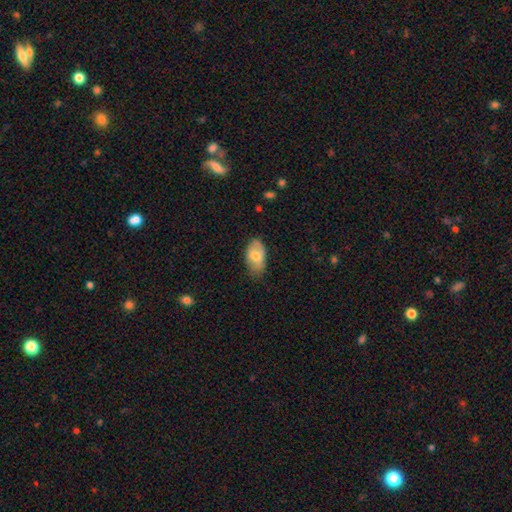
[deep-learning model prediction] A smooth galaxy with no disk features (71%) that is in between round and cigar-shaped (93%). Merging: none (61%).